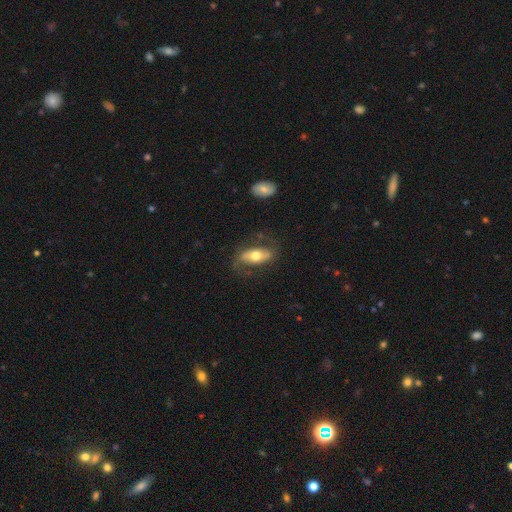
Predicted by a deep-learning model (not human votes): smooth_or_featured: featured or disk (p=0.55) [alt: smooth p=0.39]
disk_edge_on: no (p=0.83) [alt: yes p=0.17]
merging: none (p=0.65) [alt: minor disturbance p=0.19]